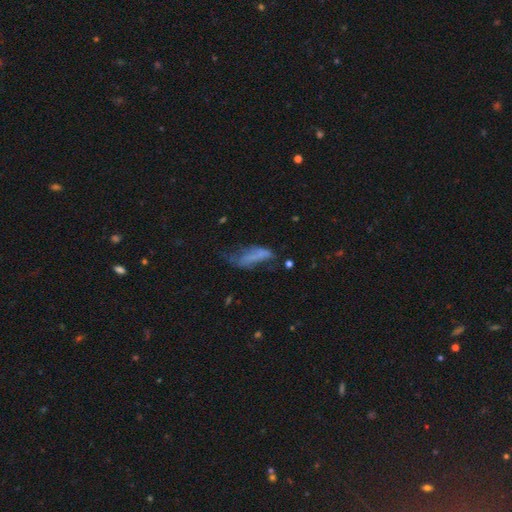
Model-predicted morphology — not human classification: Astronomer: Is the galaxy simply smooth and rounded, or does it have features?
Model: smooth — 50% (runner-up: featured or disk, 35%).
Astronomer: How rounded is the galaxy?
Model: in between — 61%.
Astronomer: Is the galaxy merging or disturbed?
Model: major disturbance — 38% (runner-up: none, 27%).